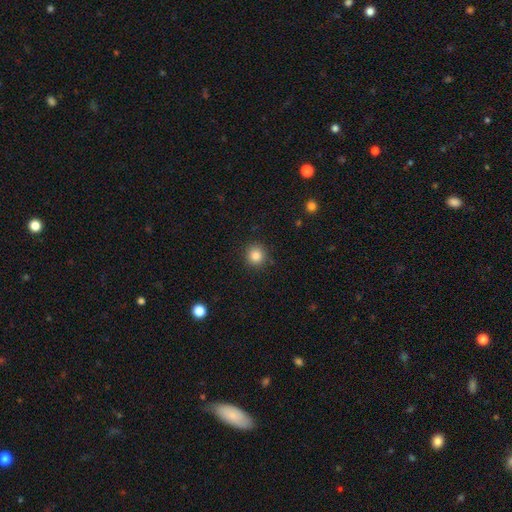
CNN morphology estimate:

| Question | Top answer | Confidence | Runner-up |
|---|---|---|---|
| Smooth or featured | smooth | 84% | star or artifact (11%) |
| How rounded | round | 92% | in between (7%) |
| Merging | none | 89% | minor disturbance (7%) |